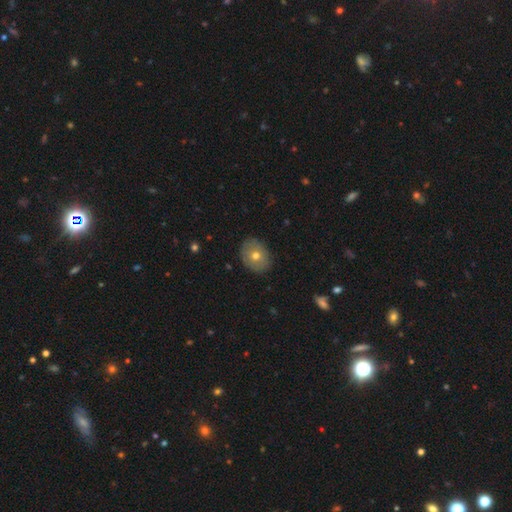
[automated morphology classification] The model was most divided on "how rounded": in between: 52%, round: 47%, cigar-shaped: 1%. More confident: merging — none (86%); smooth or featured — smooth (64%).